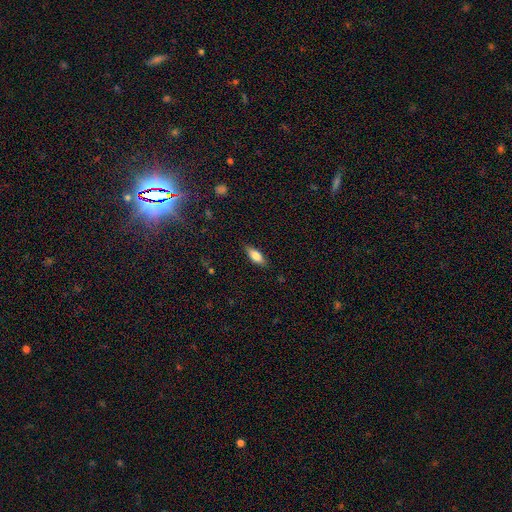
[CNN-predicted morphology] Q: Smooth or featured?
A: smooth (78%); runner-up: featured or disk (15%)
Q: How rounded?
A: in between (73%); runner-up: cigar-shaped (25%)
Q: Merging?
A: none (85%); runner-up: minor disturbance (11%)